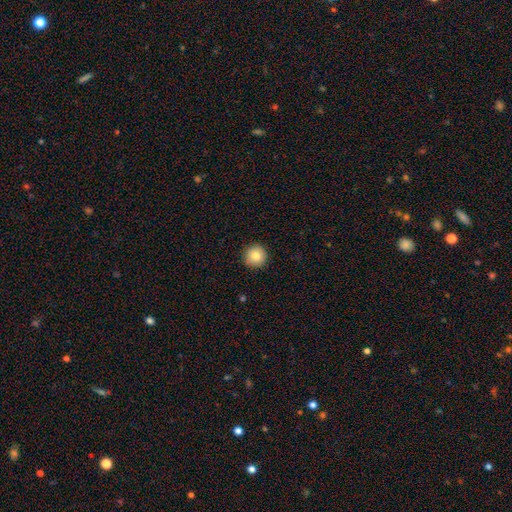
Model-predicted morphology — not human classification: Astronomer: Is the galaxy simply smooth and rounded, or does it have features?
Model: smooth — 84%.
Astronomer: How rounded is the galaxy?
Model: round — 95%.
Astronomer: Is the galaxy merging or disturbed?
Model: none — 92%.